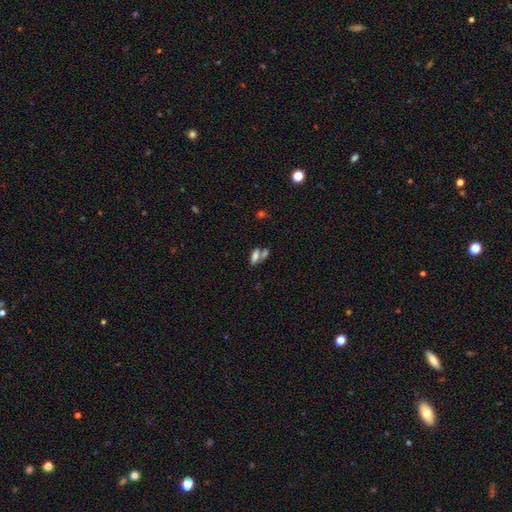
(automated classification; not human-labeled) Overall: smooth (71%). How rounded: in between (73%). Merging: merger (45%; none 39%).